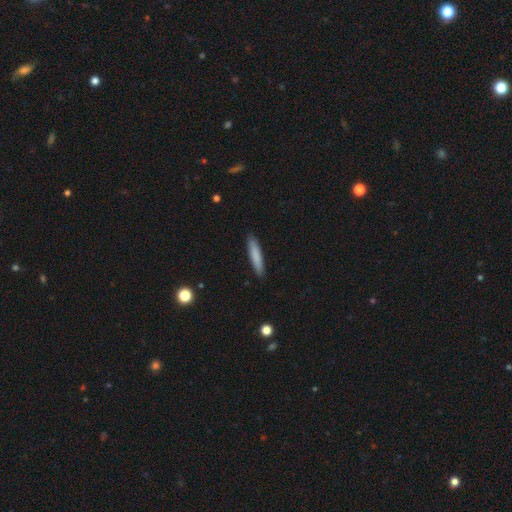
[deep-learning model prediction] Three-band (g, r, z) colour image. It shows a smooth galaxy with no disk features (82%) that is cigar-shaped (88%). Merging: none (89%).